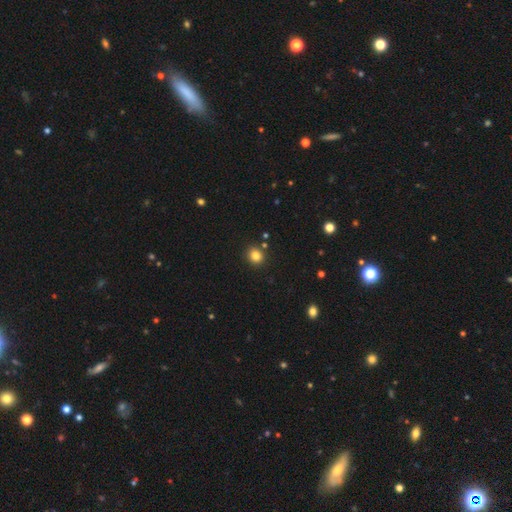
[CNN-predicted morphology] Smooth or featured: smooth — 82% (star or artifact — 12%)
How rounded: round — 81% (in between — 18%)
Merging: none — 87% (minor disturbance — 7%)